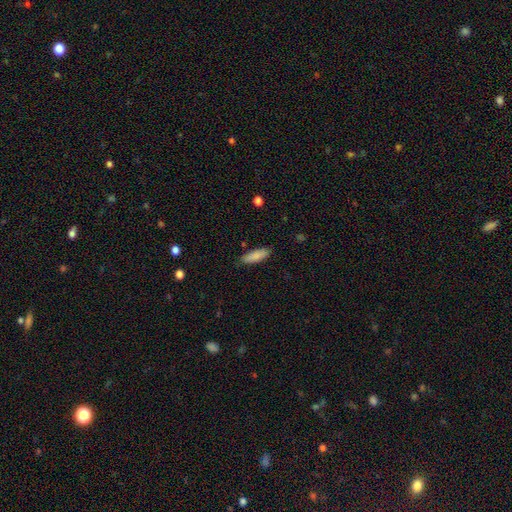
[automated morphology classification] type=smooth (87%); roundness=in between (56%); merging=none (86%).